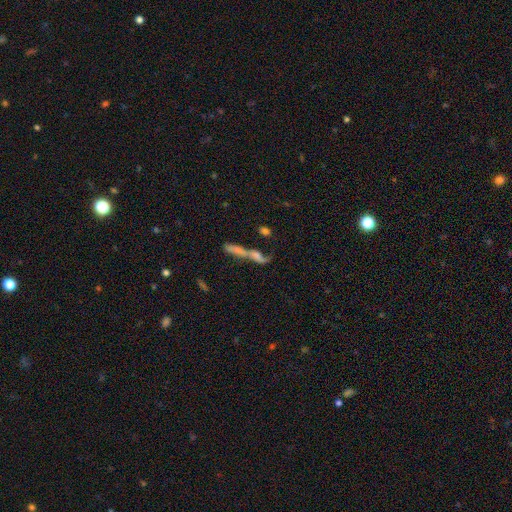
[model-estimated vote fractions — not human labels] smooth-or-featured: smooth: 47% | featured or disk: 38% | star or artifact: 15%
  merging: merger: 54% | none: 25% | major disturbance: 12% | minor disturbance: 9%